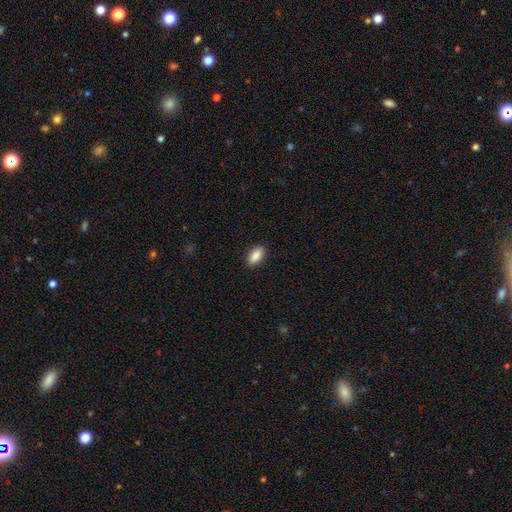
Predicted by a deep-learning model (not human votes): smooth_or_featured: smooth (p=0.89) [alt: star or artifact p=0.07]
how_rounded: in between (p=0.91) [alt: cigar-shaped p=0.06]
merging: none (p=0.89) [alt: minor disturbance p=0.08]